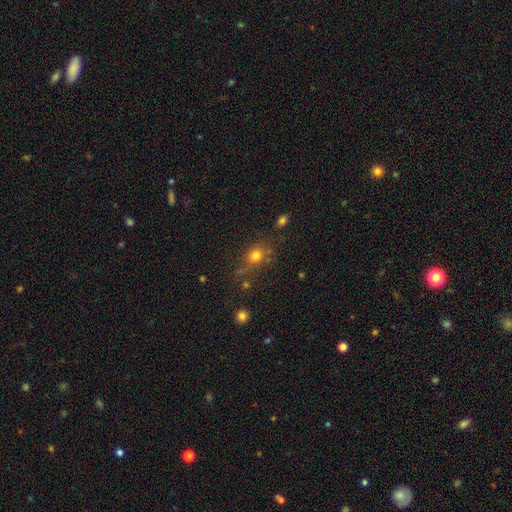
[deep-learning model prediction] Morphology: type=smooth (74%); roundness=round (75%); merging=none (64%).